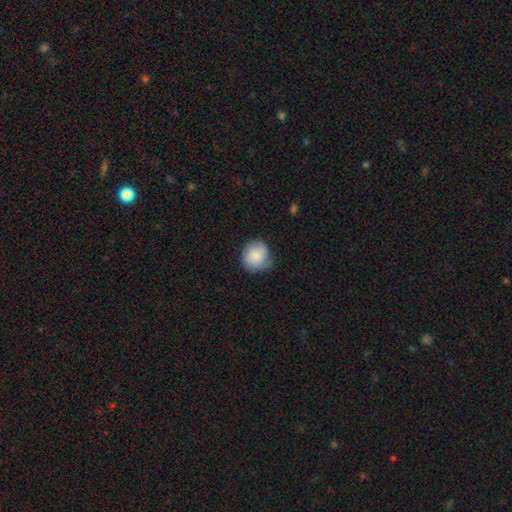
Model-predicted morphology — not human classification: This appears to be a smooth galaxy with no disk features (81%) that is round (85%). Merging: none (62%).